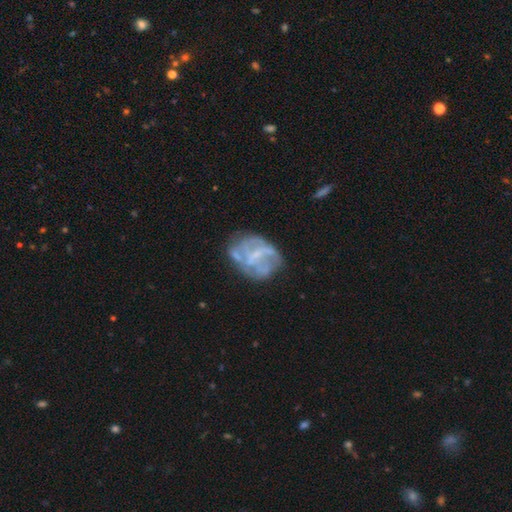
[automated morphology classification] type=featured or disk (72%); edge-on=no (98%); bar=no (44%); spiral arms=yes (54%); bulge=small (42%); merging=none (52%).